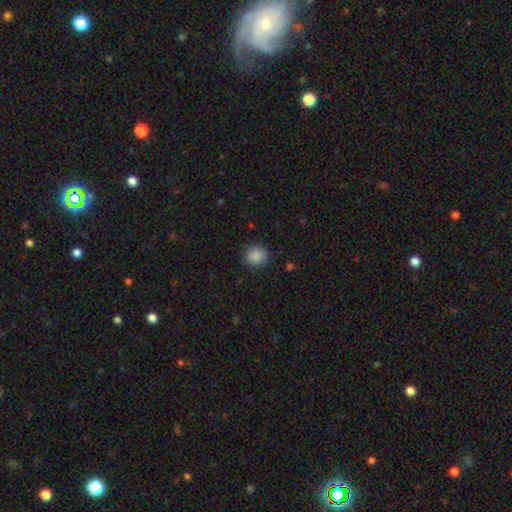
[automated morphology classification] smooth-or-featured: smooth: 88% | star or artifact: 9% | featured or disk: 3%
  how-rounded: round: 90% | in between: 9% | cigar-shaped: 1%
  merging: none: 88% | minor disturbance: 9% | major disturbance: 3% | merger: 1%